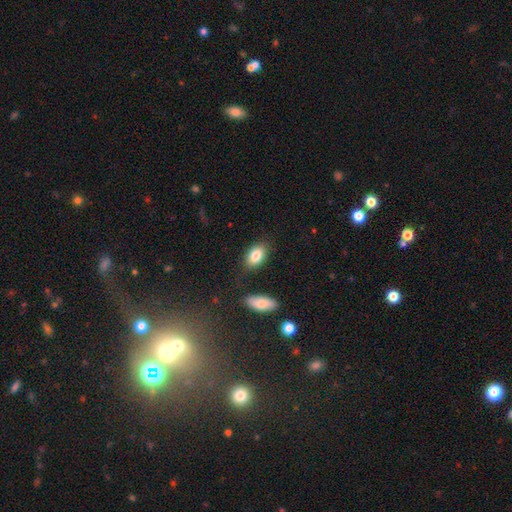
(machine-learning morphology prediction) smooth_or_featured: smooth (p=0.83) [alt: featured or disk p=0.10]
how_rounded: in between (p=0.89) [alt: round p=0.08]
merging: none (p=0.79) [alt: minor disturbance p=0.13]